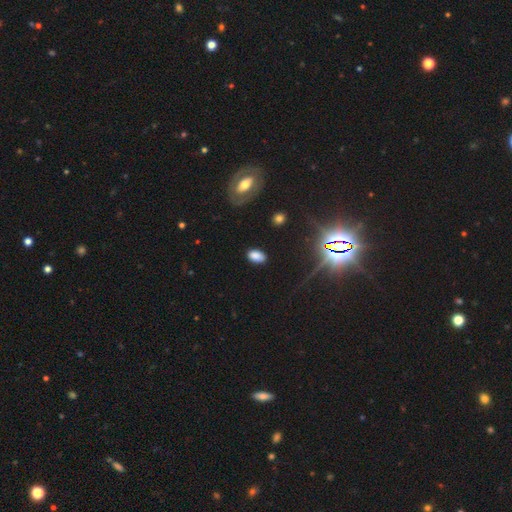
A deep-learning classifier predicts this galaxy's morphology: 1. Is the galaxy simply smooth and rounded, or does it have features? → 80% smooth, 13% star or artifact, 7% featured or disk.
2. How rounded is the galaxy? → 92% in between, 6% round, 2% cigar-shaped.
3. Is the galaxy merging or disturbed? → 84% none, 11% minor disturbance, 3% major disturbance, 2% merger.